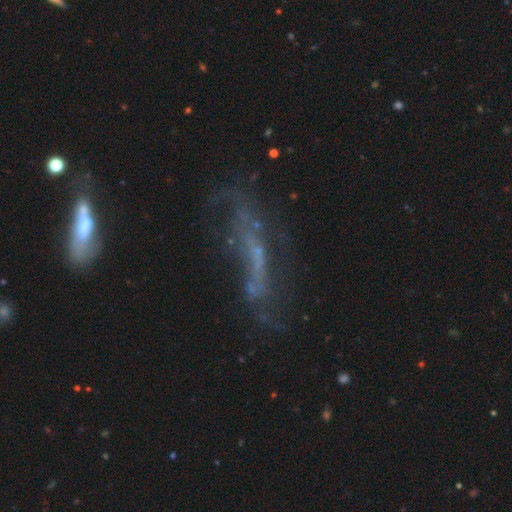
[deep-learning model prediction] This appears to be a featured or disk galaxy (58%). Merging: none (35%).